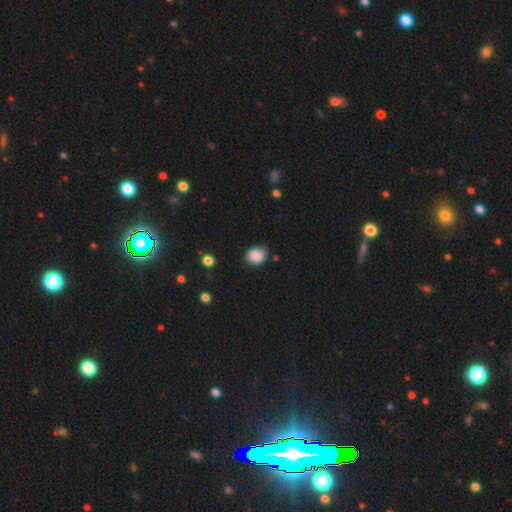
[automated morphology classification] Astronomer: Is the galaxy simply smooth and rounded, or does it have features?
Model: smooth — 87%.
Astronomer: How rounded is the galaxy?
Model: round — 61% (runner-up: in between, 38%).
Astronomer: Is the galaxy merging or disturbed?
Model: none — 79%.